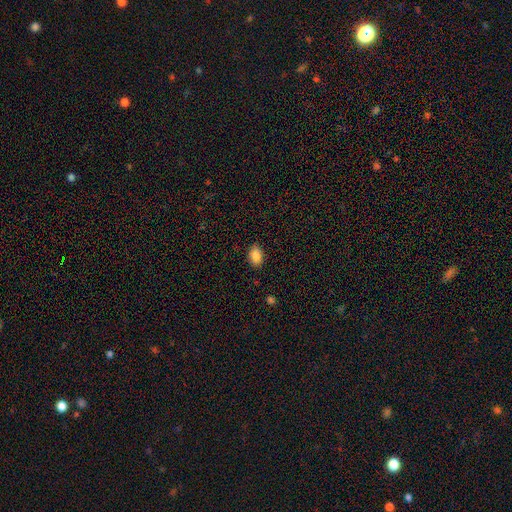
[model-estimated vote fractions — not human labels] smooth-or-featured: smooth: 87% | star or artifact: 8% | featured or disk: 5%
  how-rounded: in between: 84% | round: 15% | cigar-shaped: 1%
  merging: none: 87% | minor disturbance: 10% | major disturbance: 2% | merger: 1%